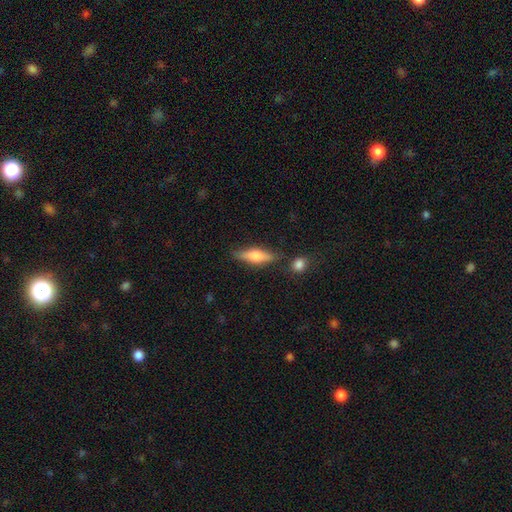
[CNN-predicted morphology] This is possibly a smooth galaxy (57%). How rounded: possibly cigar-shaped (54%). Merging: likely none (75%).